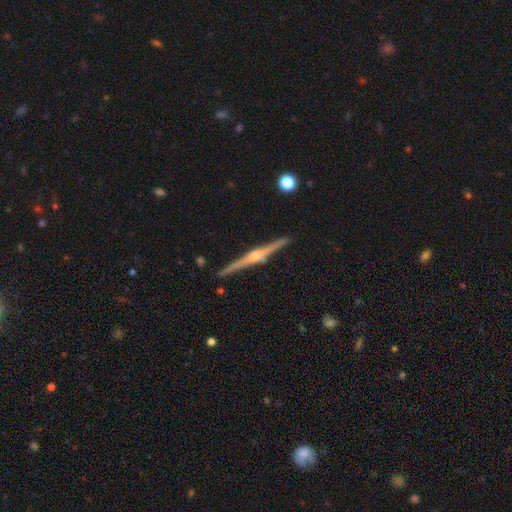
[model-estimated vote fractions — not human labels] Smooth or featured? featured or disk (87%)
Edge-on disk? yes (99%)
Edge-on bulge? rounded (85%)
Merging? none (92%)